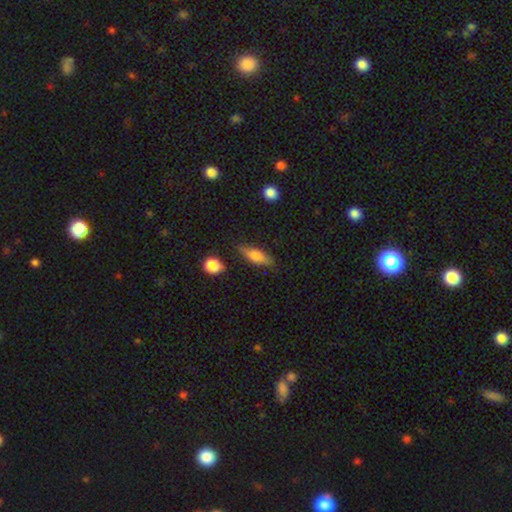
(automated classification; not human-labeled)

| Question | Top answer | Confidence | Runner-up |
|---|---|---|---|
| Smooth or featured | smooth | 63% | featured or disk (30%) |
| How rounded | in between | 56% | cigar-shaped (39%) |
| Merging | none | 74% | minor disturbance (18%) |